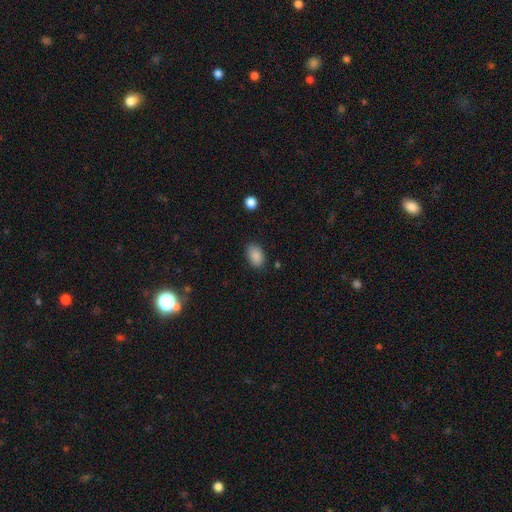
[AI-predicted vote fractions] This is clearly a smooth galaxy (88%). How rounded: clearly in between (86%). Merging: clearly none (83%).